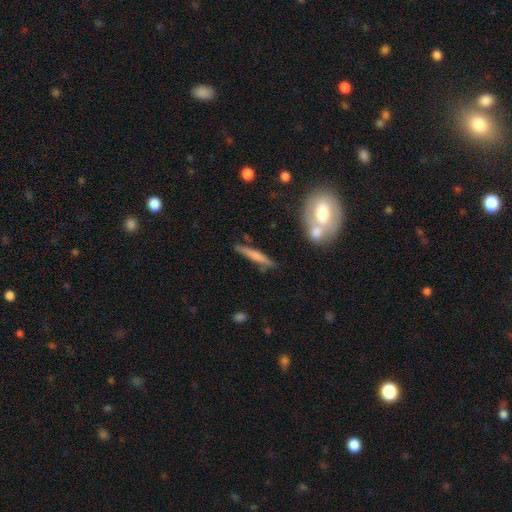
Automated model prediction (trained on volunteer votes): smooth 59%, featured or disk 34%, star or artifact 7%. Down the decision tree: how rounded — cigar-shaped (92%); merging — none (82%).